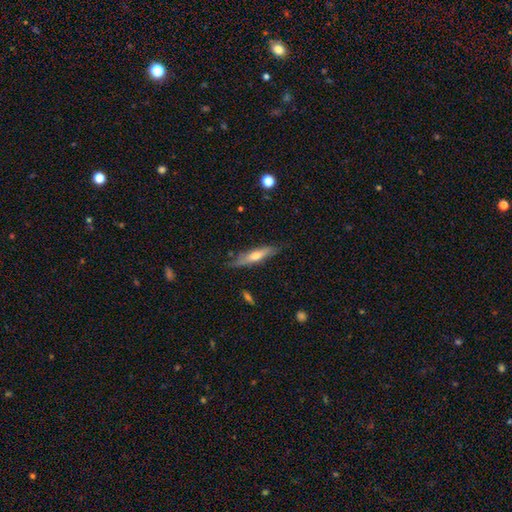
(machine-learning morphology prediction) Q: Smooth or featured?
A: smooth (47%); runner-up: featured or disk (46%)
Q: Merging?
A: none (77%); runner-up: minor disturbance (18%)